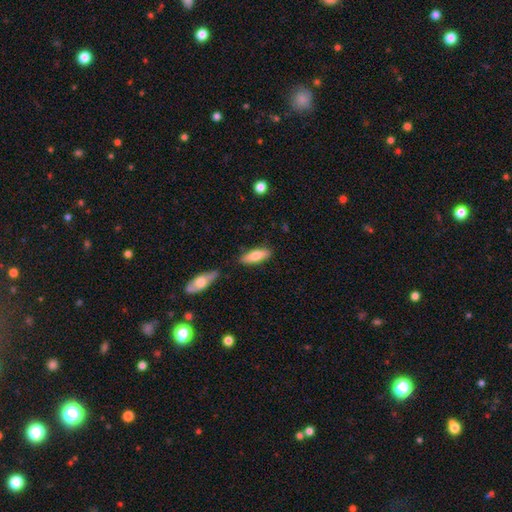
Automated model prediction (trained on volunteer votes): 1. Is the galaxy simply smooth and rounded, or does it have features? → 77% smooth, 17% featured or disk, 6% star or artifact.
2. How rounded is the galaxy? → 58% in between, 41% cigar-shaped, 2% round.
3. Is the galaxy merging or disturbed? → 80% none, 12% minor disturbance, 5% merger, 3% major disturbance.